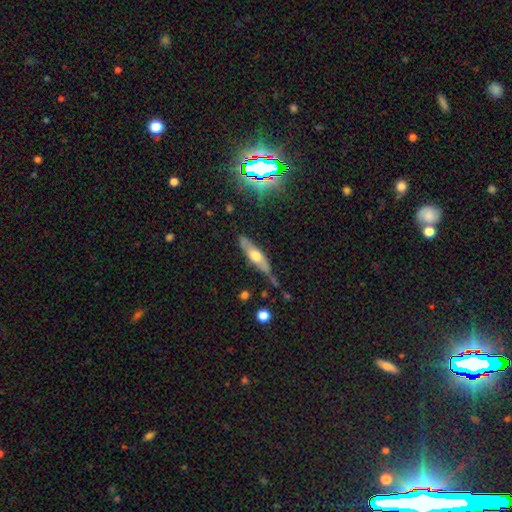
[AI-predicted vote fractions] Q: Smooth or featured?
A: featured or disk (50%); runner-up: smooth (43%)
Q: Merging?
A: none (63%); runner-up: minor disturbance (25%)